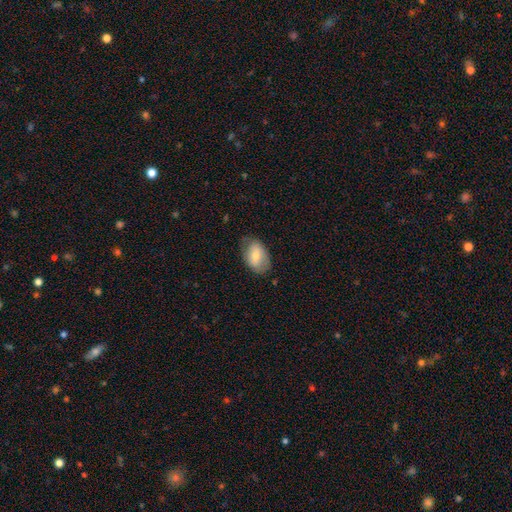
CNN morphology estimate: smooth 65%, featured or disk 28%, star or artifact 7%. Down the decision tree: how rounded — in between (89%); merging — none (71%).